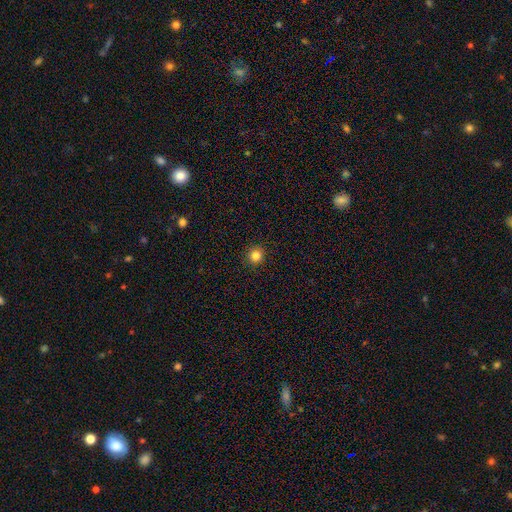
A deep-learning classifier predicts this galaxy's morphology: A smooth galaxy with no disk features (84%) that is round (93%).

Vote fractions:
- Smooth or featured? smooth: 84% / star or artifact: 12% / featured or disk: 4%
- How rounded? round: 93% / in between: 6% / cigar-shaped: 1%
- Merging? none: 92% / minor disturbance: 5% / major disturbance: 2% / merger: 1%